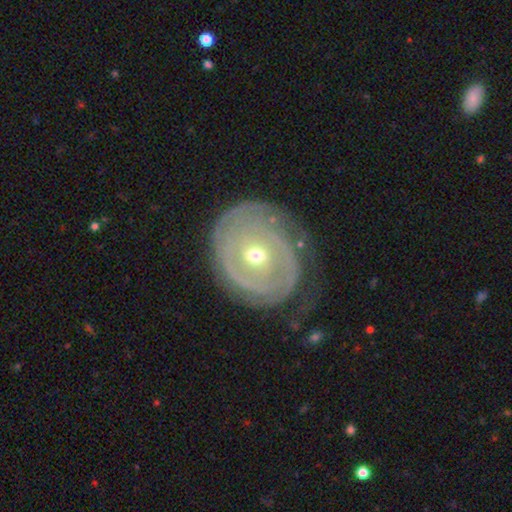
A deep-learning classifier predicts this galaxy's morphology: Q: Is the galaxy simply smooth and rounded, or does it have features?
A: featured or disk — 81%.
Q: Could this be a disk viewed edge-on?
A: no — 96%.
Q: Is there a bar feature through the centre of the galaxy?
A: no — 58%.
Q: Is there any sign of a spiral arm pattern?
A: yes — 83%.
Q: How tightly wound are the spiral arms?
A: tight — 77%.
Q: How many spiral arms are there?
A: can't tell — 40%.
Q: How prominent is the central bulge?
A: moderate — 51%.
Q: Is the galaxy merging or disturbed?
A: none — 68%.